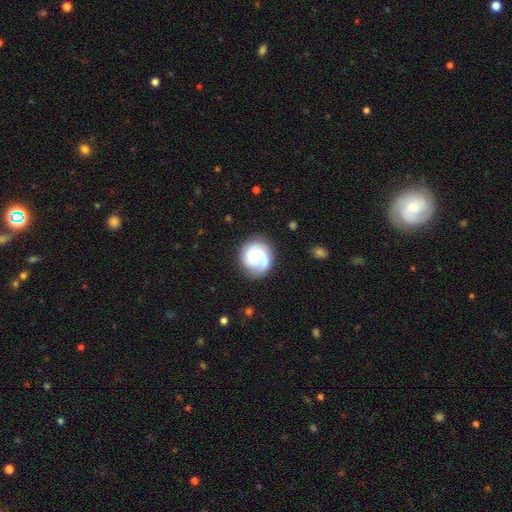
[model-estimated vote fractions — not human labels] A featured or disk galaxy (81%) with no bar (51%), 2 (62%) tight (52%) spiral arms (97%) and a small central bulge (51%). Merging: none (79%).